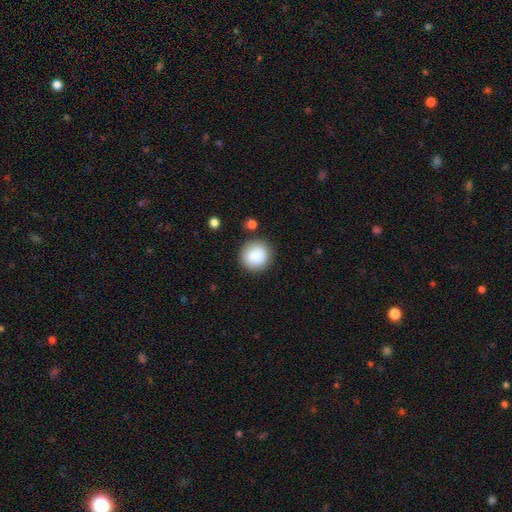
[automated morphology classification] A smooth galaxy with no disk features (87%) that is round (92%). Merging: none (84%).